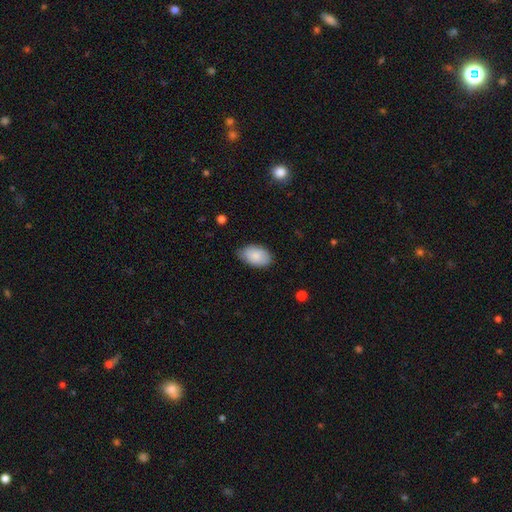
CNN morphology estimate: smooth-or-featured: smooth: 85% | featured or disk: 9% | star or artifact: 6%
  how-rounded: in between: 93% | round: 6% | cigar-shaped: 1%
  merging: none: 71% | minor disturbance: 24% | major disturbance: 4% | merger: 1%